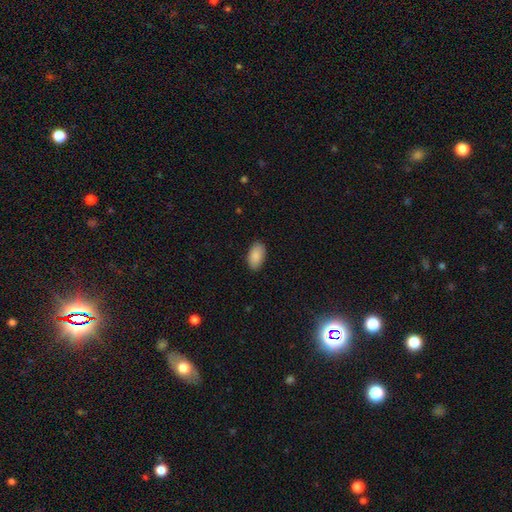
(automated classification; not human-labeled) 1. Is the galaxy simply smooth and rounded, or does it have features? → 90% smooth, 6% star or artifact, 4% featured or disk.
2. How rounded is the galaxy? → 95% in between, 3% round, 2% cigar-shaped.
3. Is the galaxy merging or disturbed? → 87% none, 10% minor disturbance, 2% major disturbance, 1% merger.